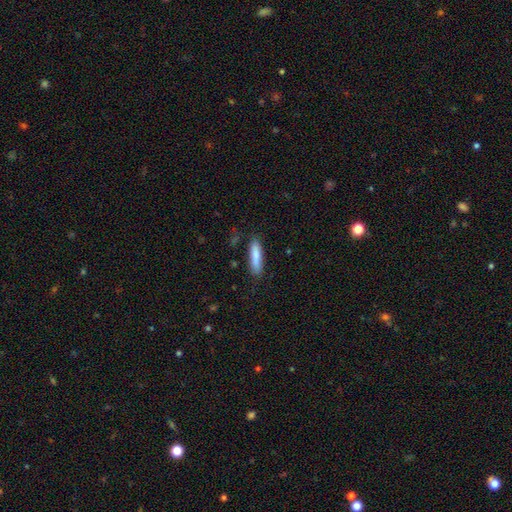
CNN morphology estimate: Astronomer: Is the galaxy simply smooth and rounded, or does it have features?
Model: smooth — 83%.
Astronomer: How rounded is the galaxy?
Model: cigar-shaped — 76%.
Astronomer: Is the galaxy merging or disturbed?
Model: none — 83%.